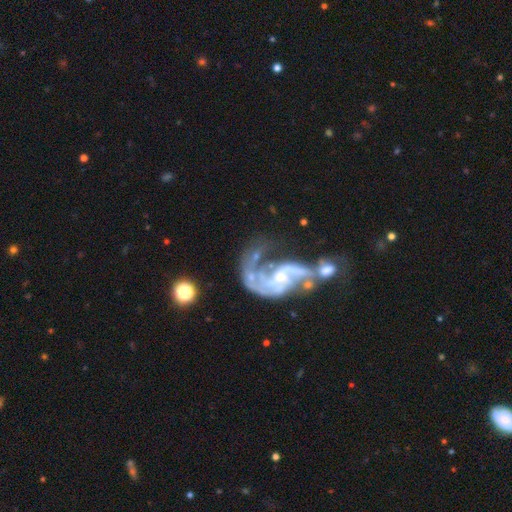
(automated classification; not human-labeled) A featured or disk galaxy (87%) with no bar (51%), 2 (57%) loose (50%) spiral arms (92%) and a small central bulge (60%). Merging: merger (35%).